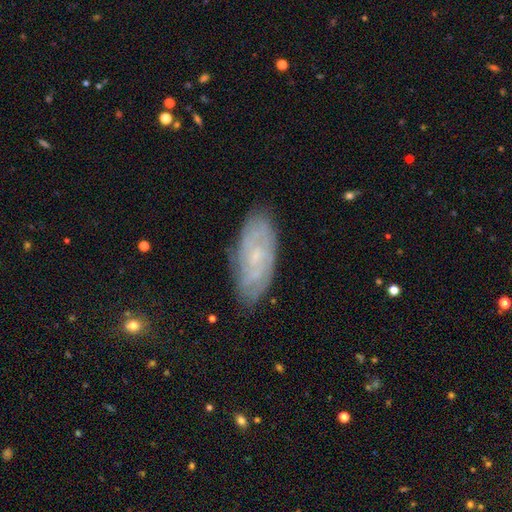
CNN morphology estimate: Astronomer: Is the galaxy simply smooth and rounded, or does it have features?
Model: featured or disk — 67%.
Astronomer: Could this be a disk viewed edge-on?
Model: no — 91%.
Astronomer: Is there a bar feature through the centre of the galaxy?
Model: no — 64%.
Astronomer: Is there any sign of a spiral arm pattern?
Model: yes — 89%.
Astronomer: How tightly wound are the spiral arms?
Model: tight — 64%.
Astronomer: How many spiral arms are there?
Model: can't tell — 51%.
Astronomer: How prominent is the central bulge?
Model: small — 75%.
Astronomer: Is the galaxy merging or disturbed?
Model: none — 82%.